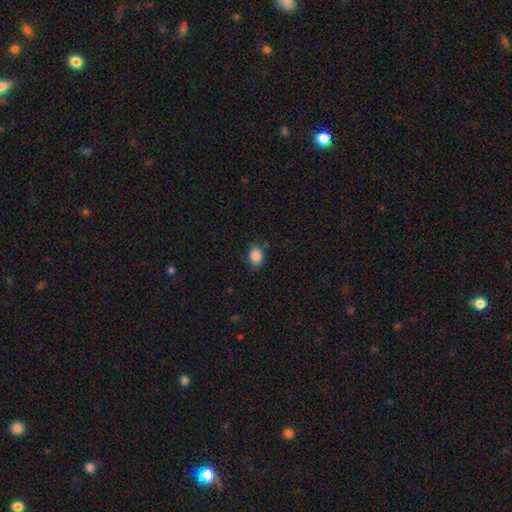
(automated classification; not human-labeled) This is clearly a smooth galaxy (87%). How rounded: likely in between (65%). Merging: clearly none (81%).